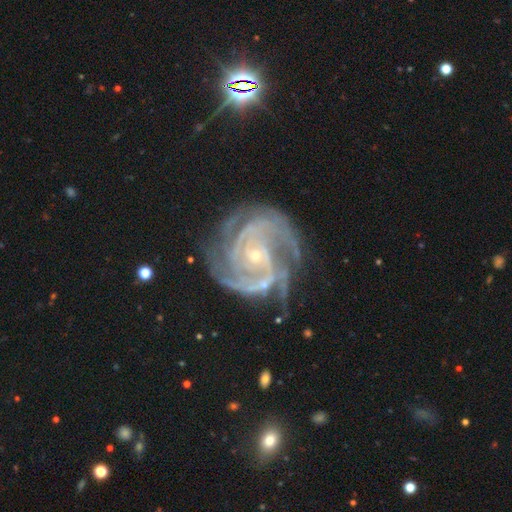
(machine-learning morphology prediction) featured or disk 91%, star or artifact 6%, smooth 3%. Down the decision tree: edge-on disk — no (98%); bar — no (60%); spiral arms — yes (98%); spiral arm count — 3 (31%); spiral winding — tight (59%); bulge size — small (79%); merging — none (67%).